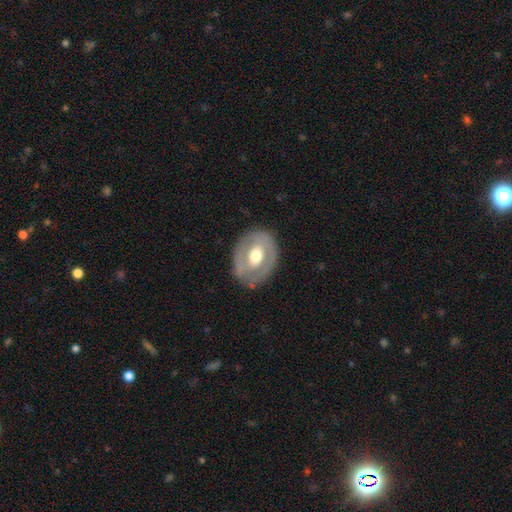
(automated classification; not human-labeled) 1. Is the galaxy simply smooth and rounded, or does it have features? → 57% featured or disk, 38% smooth, 5% star or artifact.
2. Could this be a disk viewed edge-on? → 93% no, 7% yes.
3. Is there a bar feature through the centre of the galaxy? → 61% no, 26% weak, 13% strong.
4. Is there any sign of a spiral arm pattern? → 78% no, 22% yes.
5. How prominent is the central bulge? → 66% moderate, 24% large, 8% small, 2% dominant, 1% none.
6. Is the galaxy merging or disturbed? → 76% none, 16% minor disturbance, 6% major disturbance, 2% merger.